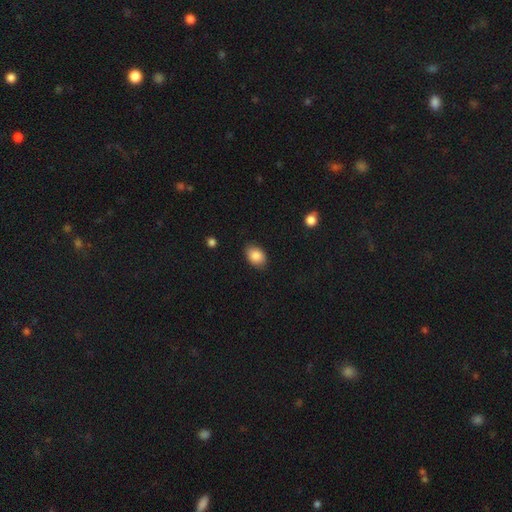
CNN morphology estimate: Overall: smooth (87%). How rounded: in between (79%). Merging: none (84%).